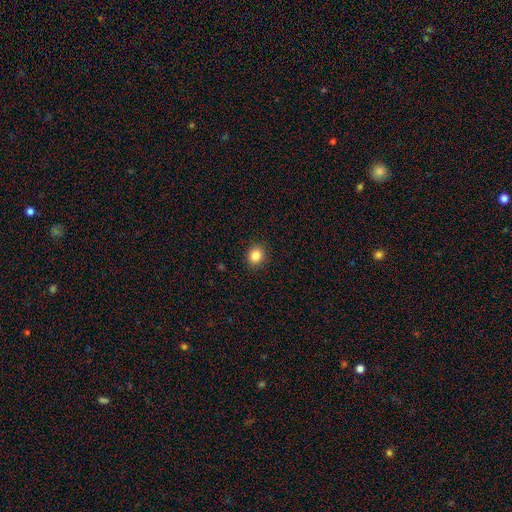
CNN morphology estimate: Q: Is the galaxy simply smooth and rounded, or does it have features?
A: smooth — 85%.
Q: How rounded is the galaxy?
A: round — 76%.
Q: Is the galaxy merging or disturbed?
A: none — 90%.